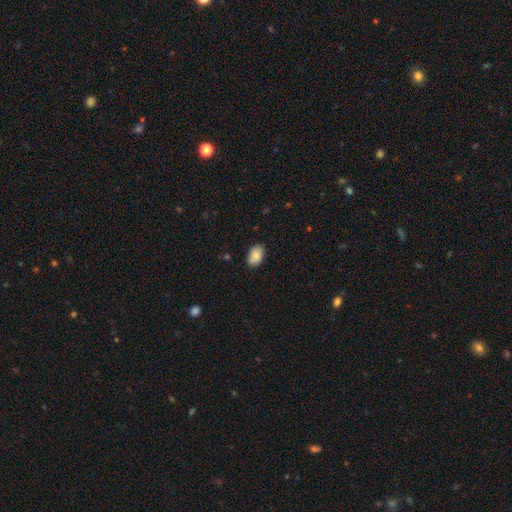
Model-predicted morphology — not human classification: The model was most divided on "merging": none: 76%, minor disturbance: 19%, major disturbance: 3%, merger: 2%. More confident: how rounded — in between (89%); smooth or featured — smooth (84%).